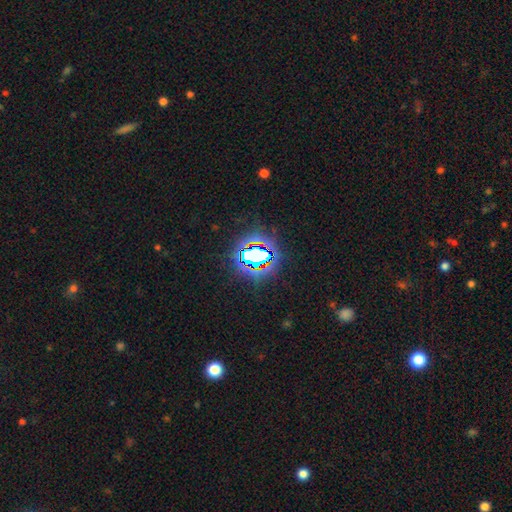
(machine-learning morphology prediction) Smooth or featured? Predicted: star or artifact (p=0.70).